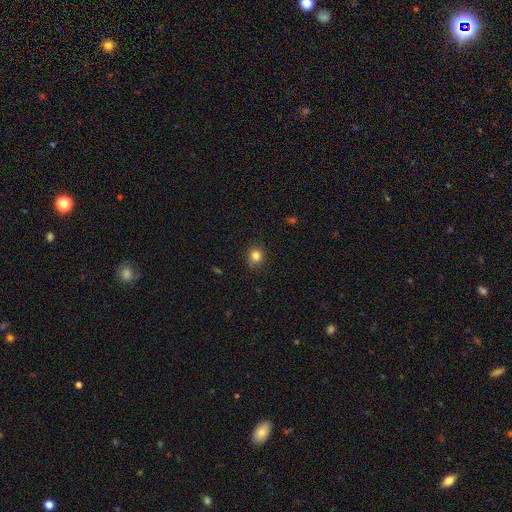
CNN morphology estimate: Smooth or featured?
  - smooth: 83% *
  - star or artifact: 12%
  - featured or disk: 5%
How rounded?
  - round: 83% *
  - in between: 16%
  - cigar-shaped: 1%
Merging?
  - none: 83% *
  - minor disturbance: 13%
  - major disturbance: 3%
  - merger: 1%